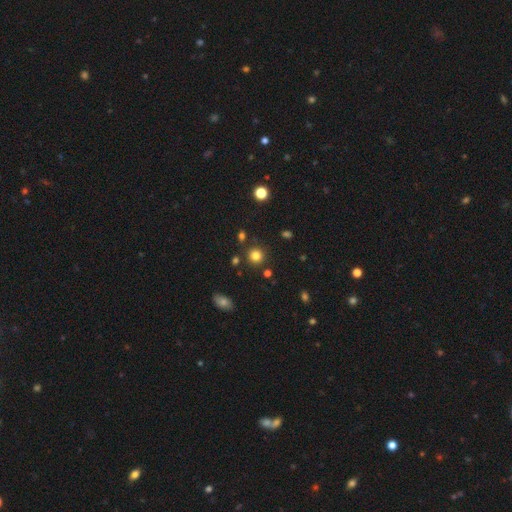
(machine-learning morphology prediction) A smooth galaxy with no disk features (80%) that is round (92%). Merging: none (86%).